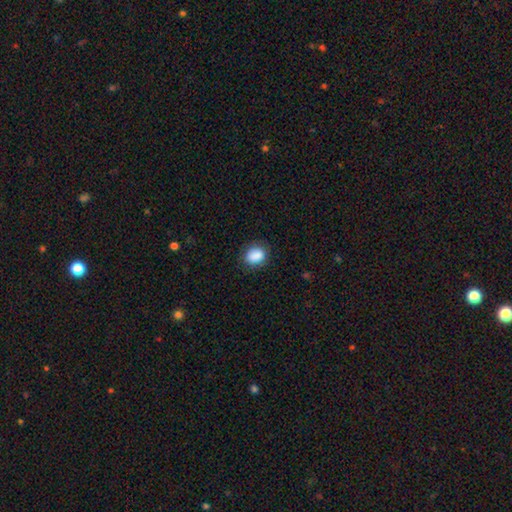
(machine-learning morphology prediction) This appears to be a smooth galaxy with no disk features (88%) that is in between round and cigar-shaped (56%). Merging: none (82%).